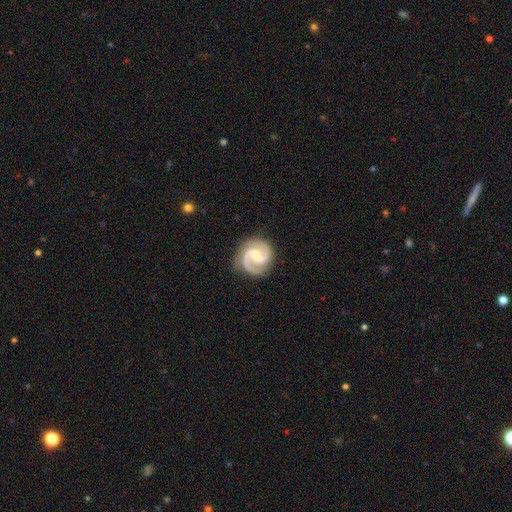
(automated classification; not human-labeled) This appears to be a featured or disk galaxy (92%) with a weak bar (45%), 2 (93%) medium (57%) spiral arms (99%) and a small central bulge (58%). Merging: none (84%).